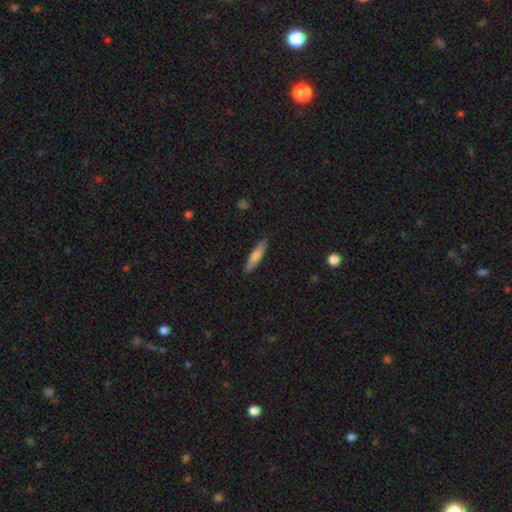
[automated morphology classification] smooth_or_featured: smooth (p=0.65) [alt: featured or disk p=0.29]
how_rounded: cigar-shaped (p=0.87) [alt: in between p=0.11]
merging: none (p=0.89) [alt: minor disturbance p=0.08]